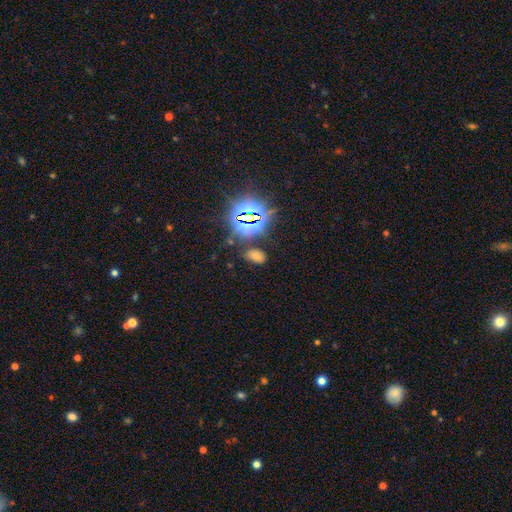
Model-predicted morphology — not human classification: The model was most divided on "smooth or featured": smooth: 57%, star or artifact: 36%, featured or disk: 7%. More confident: how rounded — in between (90%); merging — none (79%).